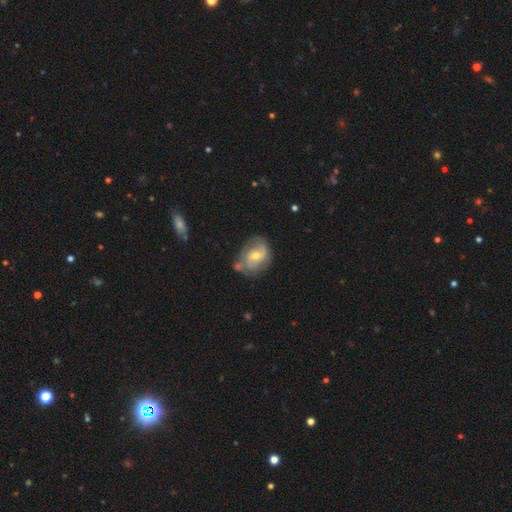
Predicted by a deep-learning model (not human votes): A featured or disk galaxy (68%) with no bar (51%), 2 (67%) medium (44%) spiral arms (83%) and a moderate central bulge (58%).

Vote fractions:
- Smooth or featured? featured or disk: 68% / smooth: 25% / star or artifact: 6%
- Edge-on disk? no: 97% / yes: 3%
- Bar? no: 51% / weak: 40% / strong: 9%
- Spiral arms? yes: 83% / no: 17%
- Spiral winding? medium: 44% / tight: 34% / loose: 21%
- Spiral arm count? 2: 67% / can't tell: 18% / 1: 6% / 3: 6% / 4: 2% / more than 4: 1%
- Bulge size? moderate: 58% / small: 37% / large: 3% / none: 1% / dominant: 1%
- Merging? none: 55% / minor disturbance: 25% / major disturbance: 10% / merger: 10%